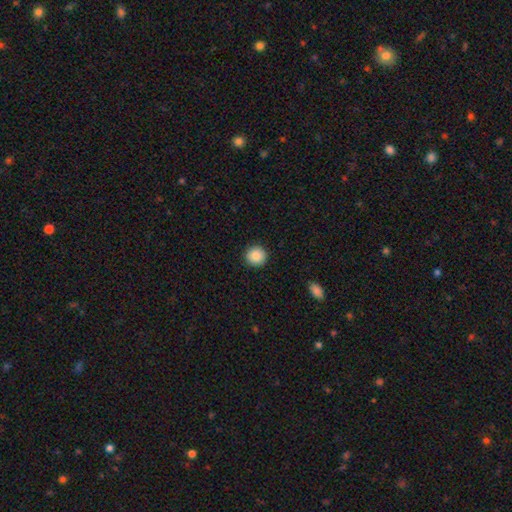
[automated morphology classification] The model was most divided on "smooth or featured": smooth: 86%, star or artifact: 8%, featured or disk: 6%. More confident: how rounded — round (95%); merging — none (93%).